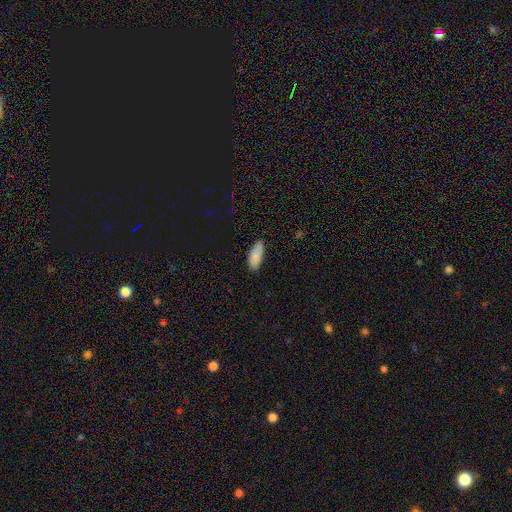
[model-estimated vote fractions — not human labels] This is clearly a smooth galaxy (87%). How rounded: clearly in between (81%). Merging: likely none (77%).